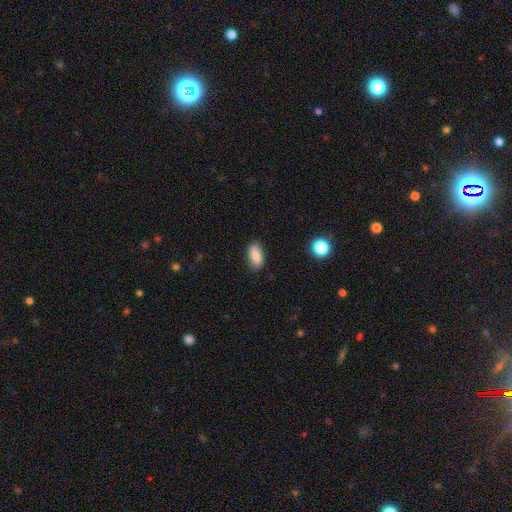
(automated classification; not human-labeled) Overall: smooth (85%). How rounded: in between (90%). Merging: none (85%).